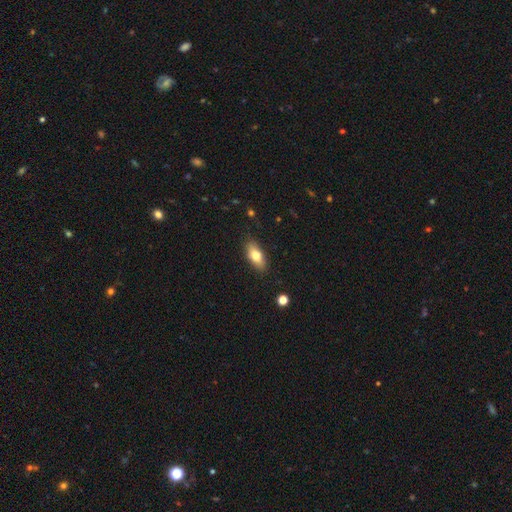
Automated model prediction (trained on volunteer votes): Smooth or featured? Predicted: smooth (p=0.74). How rounded? Predicted: in between (p=0.80). Merging? Predicted: none (p=0.85).